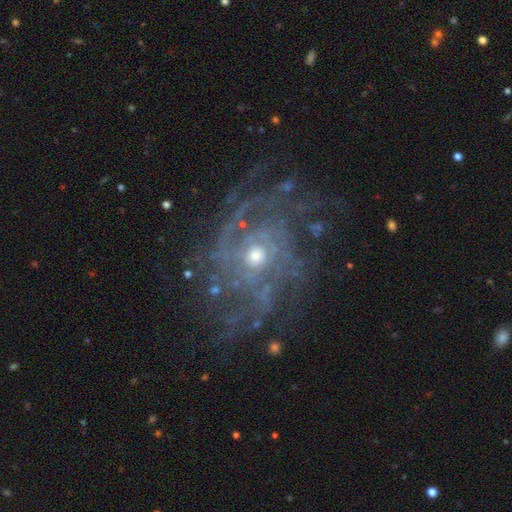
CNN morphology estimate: smooth_or_featured: featured or disk (p=0.85) [alt: star or artifact p=0.08]
disk_edge_on: no (p=0.97) [alt: yes p=0.03]
bar: no (p=0.81) [alt: weak p=0.15]
has_spiral_arms: yes (p=0.90) [alt: no p=0.10]
spiral_winding: tight (p=0.54) [alt: medium p=0.32]
spiral_arm_count: can't tell (p=0.33) [alt: 2 p=0.17]
bulge_size: moderate (p=0.48) [alt: small p=0.47]
merging: none (p=0.63) [alt: major disturbance p=0.18]